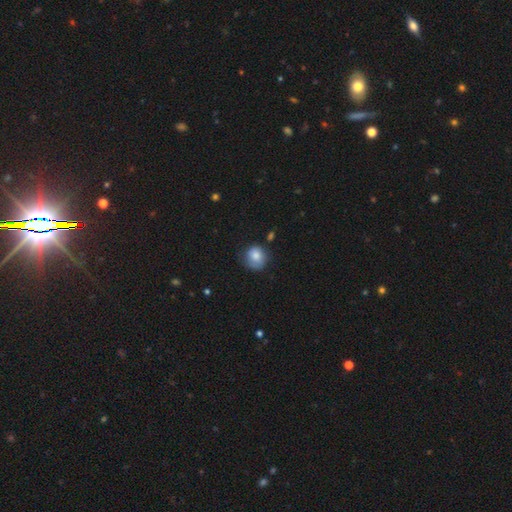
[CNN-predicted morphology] A smooth galaxy with no disk features (77%) that is round (78%).

Vote fractions:
- Smooth or featured? smooth: 77% / featured or disk: 15% / star or artifact: 8%
- How rounded? round: 78% / in between: 21% / cigar-shaped: 1%
- Merging? none: 63% / minor disturbance: 26% / major disturbance: 8% / merger: 3%